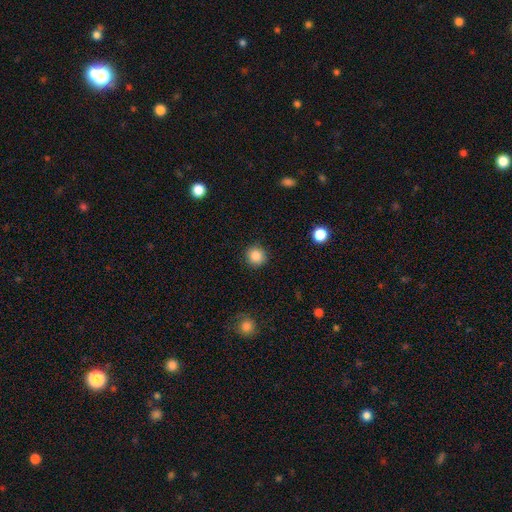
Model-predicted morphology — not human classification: Smooth or featured? Predicted: smooth (p=0.86). How rounded? Predicted: round (p=0.94). Merging? Predicted: none (p=0.90).